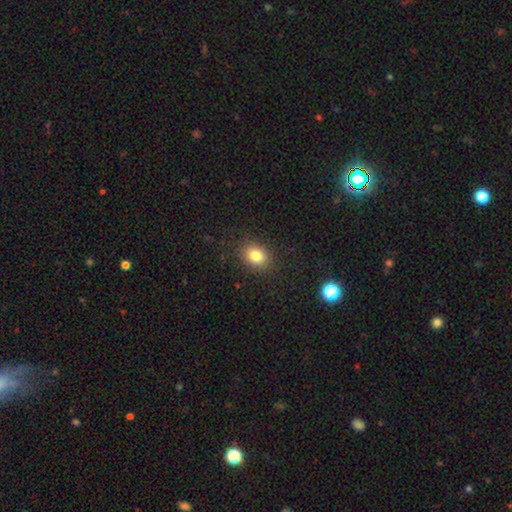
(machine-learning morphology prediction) smooth_or_featured: smooth (p=0.82) [alt: star or artifact p=0.11]
how_rounded: in between (p=0.57) [alt: round p=0.41]
merging: none (p=0.86) [alt: minor disturbance p=0.10]